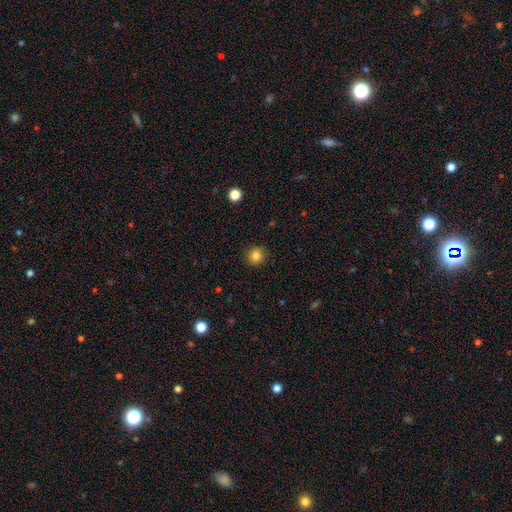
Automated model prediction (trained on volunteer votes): smooth 83%, star or artifact 11%, featured or disk 6%. Down the decision tree: how rounded — round (86%); merging — none (89%).